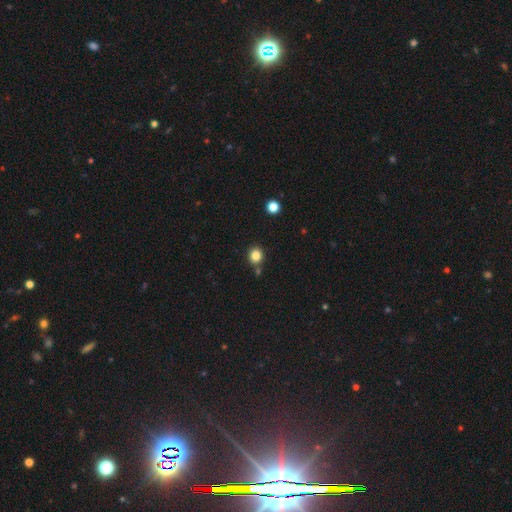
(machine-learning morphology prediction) smooth_or_featured: smooth (p=0.83) [alt: star or artifact p=0.12]
how_rounded: round (p=0.85) [alt: in between p=0.15]
merging: none (p=0.79) [alt: merger p=0.09]